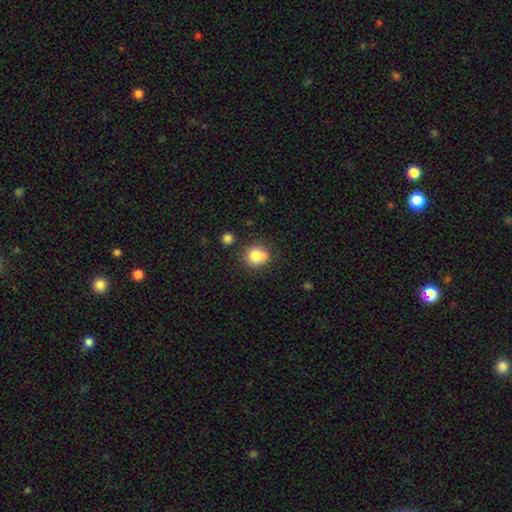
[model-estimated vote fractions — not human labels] smooth 76%, featured or disk 12%, star or artifact 11%. Down the decision tree: how rounded — round (89%); merging — none (57%).